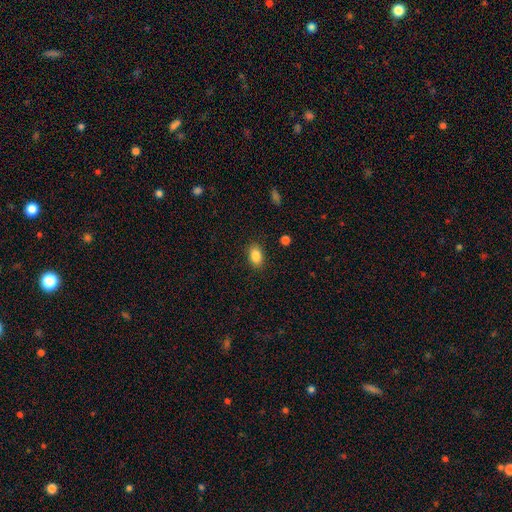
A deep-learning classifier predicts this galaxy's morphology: Smooth or featured? smooth (86%)
How rounded? in between (86%)
Merging? none (88%)